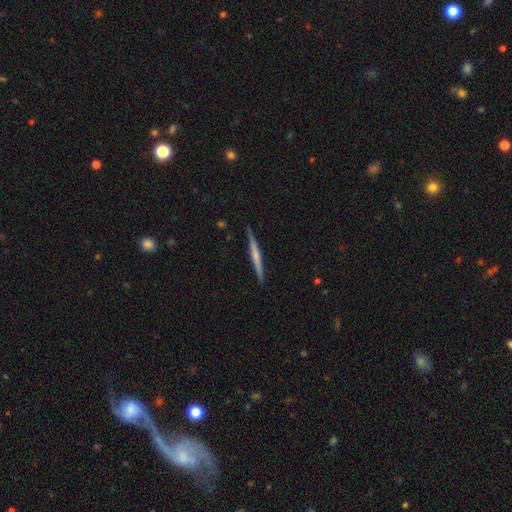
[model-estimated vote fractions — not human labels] This appears to be a featured or disk galaxy (57%) viewed edge-on (98%) with no central bulge (56%). Merging: none (90%).